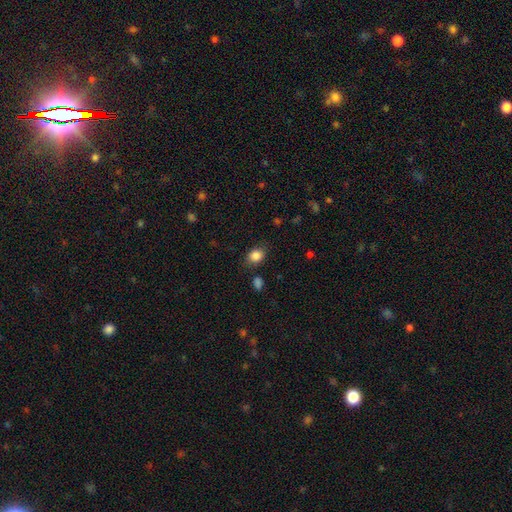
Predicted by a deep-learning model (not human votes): smooth-or-featured: smooth: 85% | star or artifact: 10% | featured or disk: 6%
  how-rounded: in between: 54% | round: 44% | cigar-shaped: 1%
  merging: none: 77% | minor disturbance: 15% | major disturbance: 5% | merger: 3%